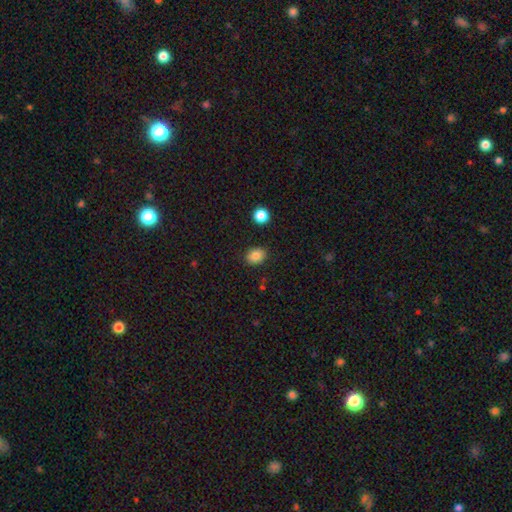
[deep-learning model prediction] Smooth or featured? Predicted: smooth (p=0.84). How rounded? Predicted: in between (p=0.53). Merging? Predicted: none (p=0.86).